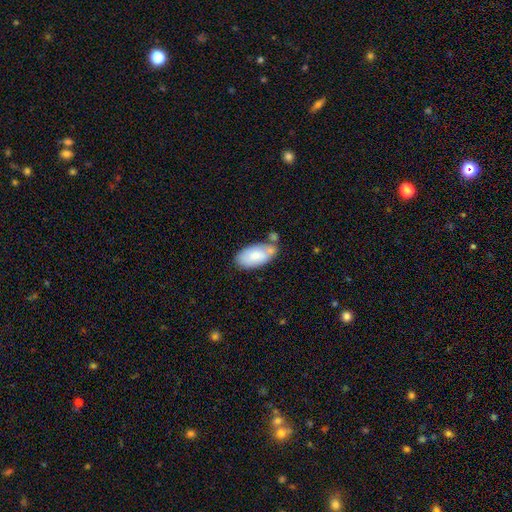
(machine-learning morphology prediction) Overall: smooth (78%). How rounded: in between (95%). Merging: none (53%; minor disturbance 22%).